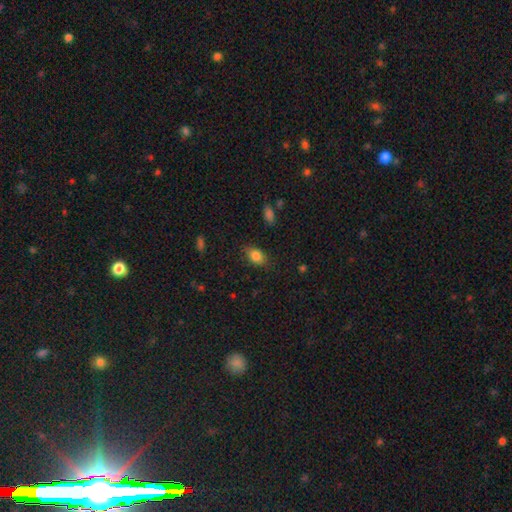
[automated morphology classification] This appears to be a smooth galaxy with no disk features (83%) that is in between round and cigar-shaped (78%). Merging: none (80%).